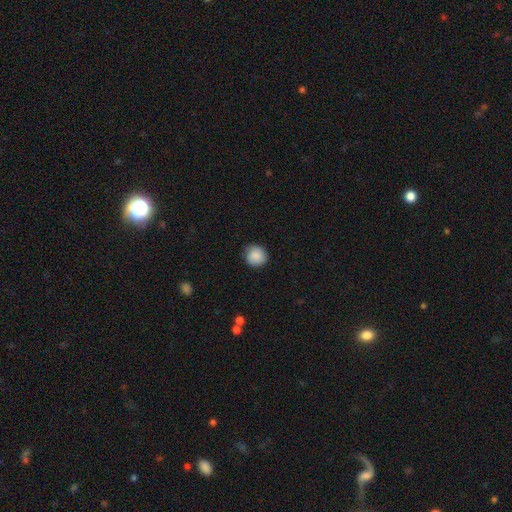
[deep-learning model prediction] This appears to be a smooth galaxy with no disk features (87%) that is round (91%). Merging: none (86%).